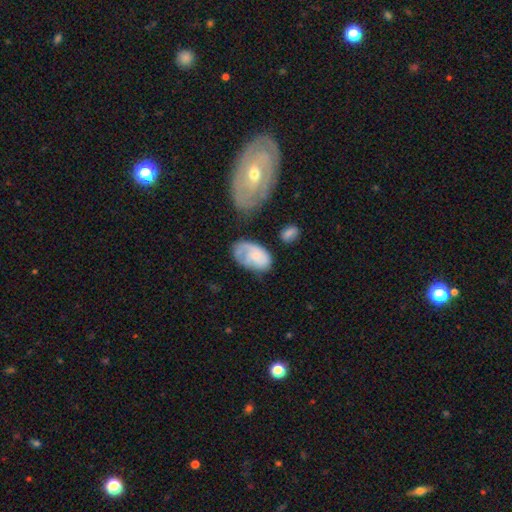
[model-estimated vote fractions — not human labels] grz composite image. It shows a smooth galaxy with no disk features (47%). Merging: none (45%).